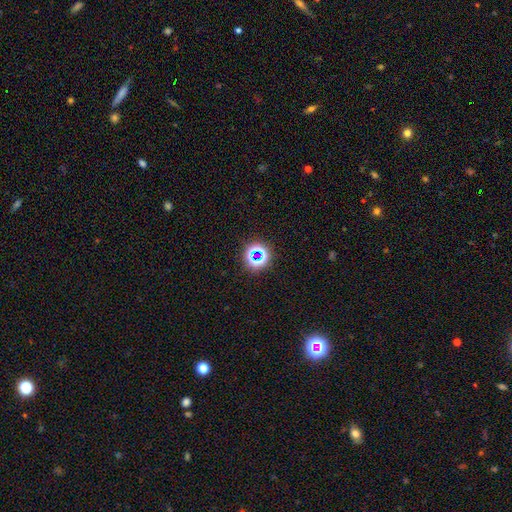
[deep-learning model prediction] smooth_or_featured: star or artifact (p=0.63) [alt: smooth p=0.27]